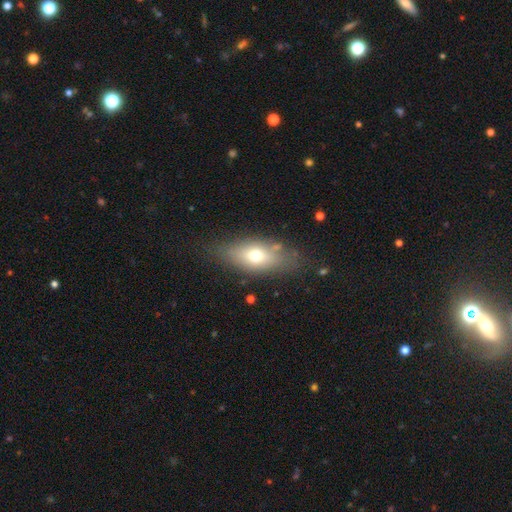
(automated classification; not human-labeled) Smooth or featured? smooth (64%)
How rounded? in between (78%)
Merging? none (73%)